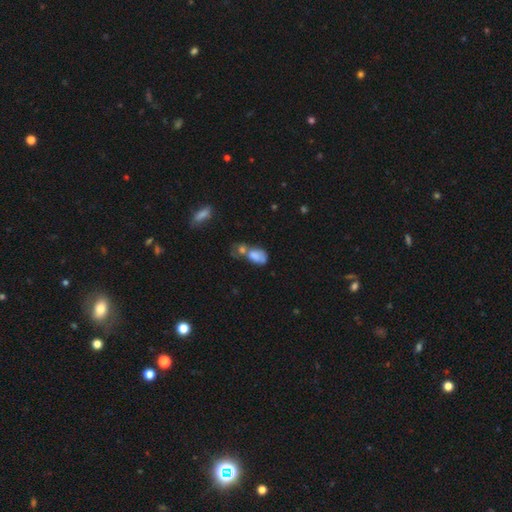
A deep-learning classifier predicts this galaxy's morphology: Smooth or featured: smooth — 70% (featured or disk — 20%)
How rounded: in between — 85% (round — 13%)
Merging: merger — 58% (none — 17%)